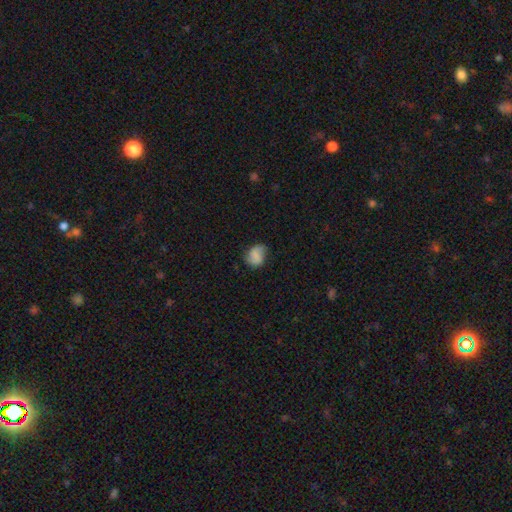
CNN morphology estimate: Smooth or featured: smooth — 60% (featured or disk — 30%)
How rounded: round — 55% (in between — 43%)
Merging: none — 56% (minor disturbance — 30%)